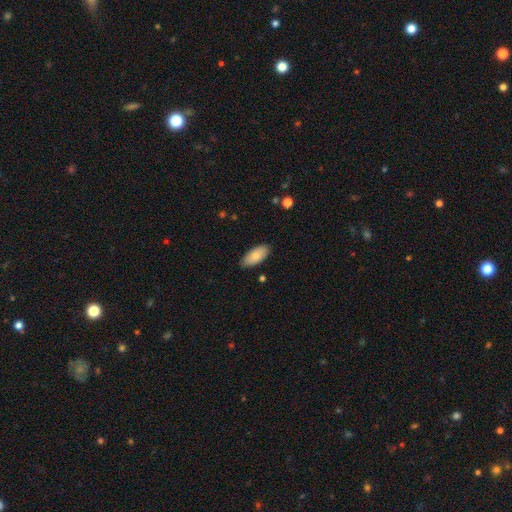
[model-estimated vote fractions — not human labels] Smooth or featured: smooth — 81% (featured or disk — 13%)
How rounded: in between — 91% (cigar-shaped — 7%)
Merging: none — 85% (minor disturbance — 12%)